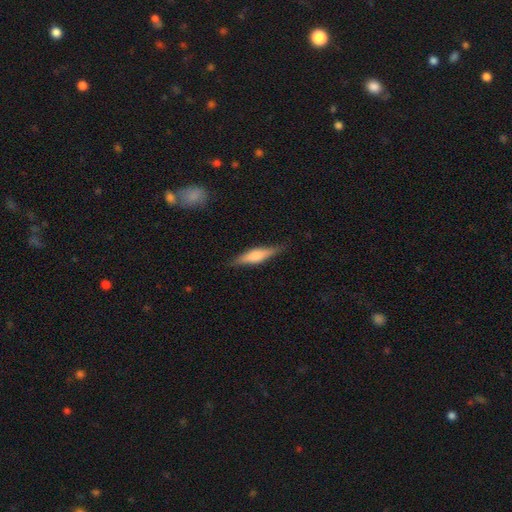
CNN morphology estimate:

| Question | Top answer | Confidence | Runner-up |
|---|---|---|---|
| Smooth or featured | smooth | 53% | featured or disk (41%) |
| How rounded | cigar-shaped | 72% | in between (26%) |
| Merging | none | 84% | minor disturbance (12%) |